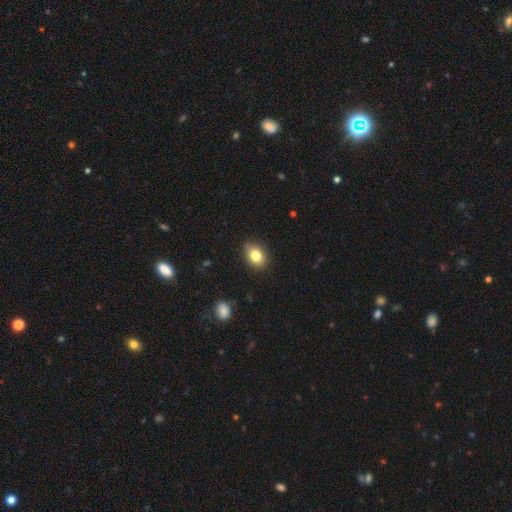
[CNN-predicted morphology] smooth 80%, featured or disk 10%, star or artifact 9%. Down the decision tree: how rounded — in between (68%); merging — none (81%).